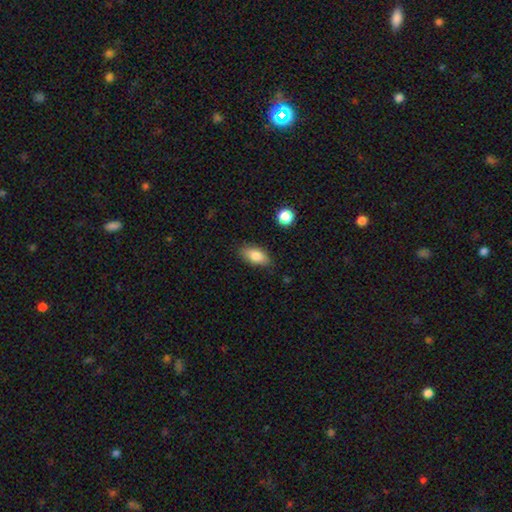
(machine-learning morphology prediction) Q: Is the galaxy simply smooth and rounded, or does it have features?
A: smooth — 81%.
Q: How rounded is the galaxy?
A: in between — 88%.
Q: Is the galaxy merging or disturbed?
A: none — 81%.